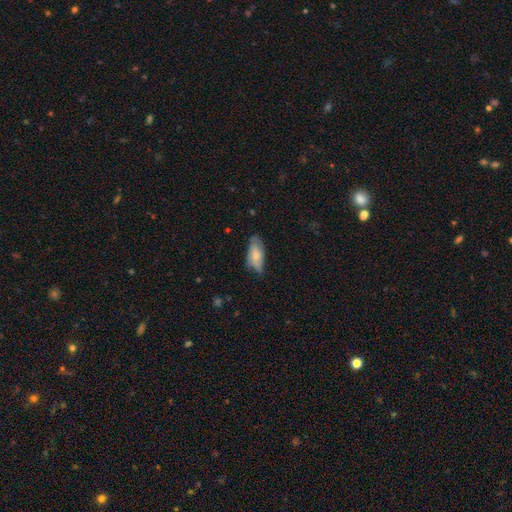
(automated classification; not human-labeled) Smooth or featured?
  - smooth: 66% *
  - featured or disk: 27%
  - star or artifact: 7%
How rounded?
  - in between: 85% *
  - cigar-shaped: 13%
  - round: 3%
Merging?
  - none: 61% *
  - minor disturbance: 30%
  - major disturbance: 8%
  - merger: 2%